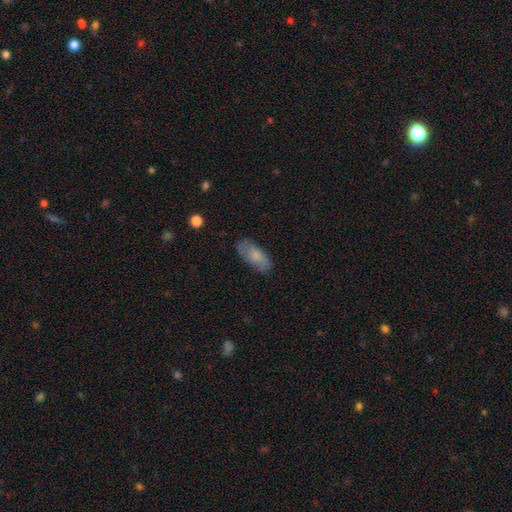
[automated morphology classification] type=smooth (76%); roundness=in between (86%); merging=none (77%).